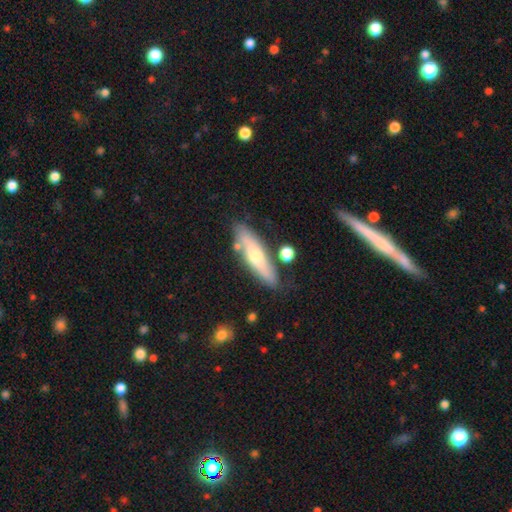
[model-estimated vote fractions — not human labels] This appears to be a smooth galaxy with no disk features (50%). Merging: none (77%).